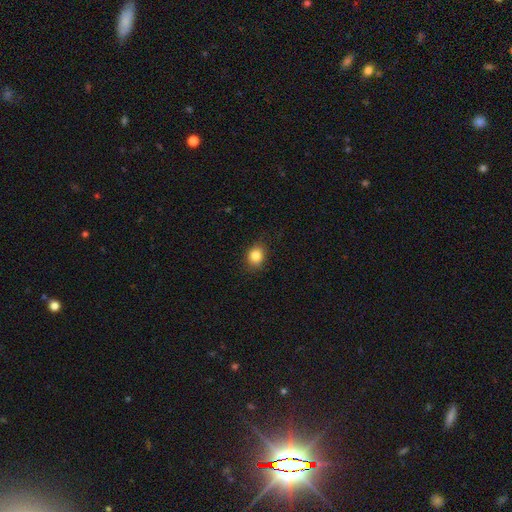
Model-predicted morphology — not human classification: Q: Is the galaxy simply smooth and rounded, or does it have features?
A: smooth — 84%.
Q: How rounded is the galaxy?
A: round — 58%.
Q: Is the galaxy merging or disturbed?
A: none — 83%.